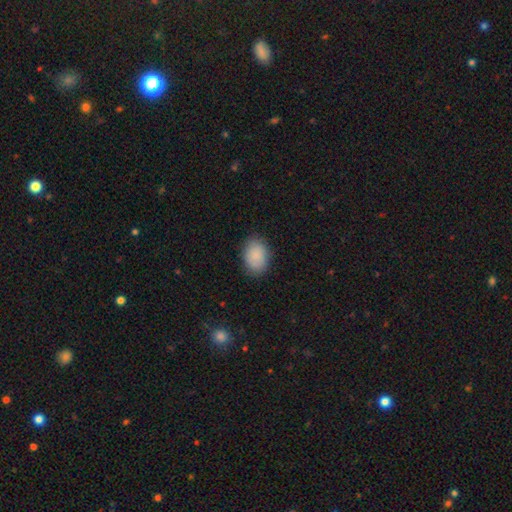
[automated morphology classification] This is clearly a smooth galaxy (89%). How rounded: likely in between (79%). Merging: clearly none (86%).